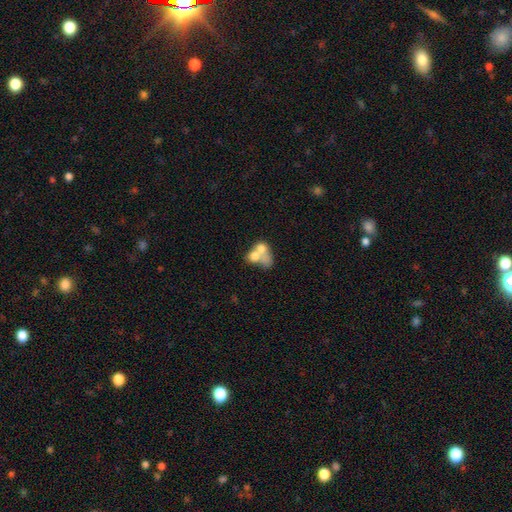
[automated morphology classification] Smooth or featured?
  - smooth: 60% *
  - featured or disk: 29%
  - star or artifact: 10%
How rounded?
  - in between: 54% *
  - round: 45%
  - cigar-shaped: 2%
Merging?
  - merger: 72% *
  - none: 15%
  - major disturbance: 7%
  - minor disturbance: 6%